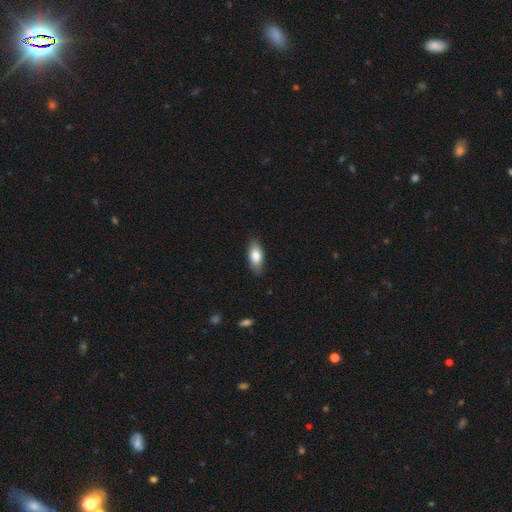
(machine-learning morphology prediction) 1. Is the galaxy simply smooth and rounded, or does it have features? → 80% smooth, 14% featured or disk, 6% star or artifact.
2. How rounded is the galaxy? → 85% in between, 12% cigar-shaped, 3% round.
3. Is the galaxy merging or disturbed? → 86% none, 11% minor disturbance, 2% major disturbance, 1% merger.